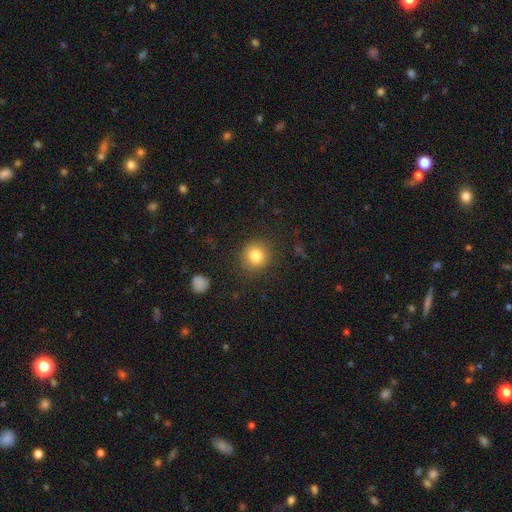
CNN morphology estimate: A smooth galaxy with no disk features (83%) that is round (91%).

Vote fractions:
- Smooth or featured? smooth: 83% / star or artifact: 11% / featured or disk: 7%
- How rounded? round: 91% / in between: 9% / cigar-shaped: 1%
- Merging? none: 87% / minor disturbance: 8% / major disturbance: 3% / merger: 1%